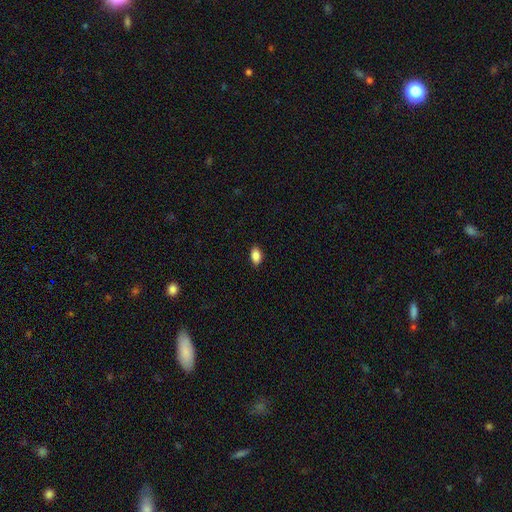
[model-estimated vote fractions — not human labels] smooth-or-featured: smooth: 87% | star or artifact: 8% | featured or disk: 5%
  how-rounded: in between: 90% | round: 7% | cigar-shaped: 3%
  merging: none: 87% | minor disturbance: 10% | major disturbance: 2% | merger: 1%